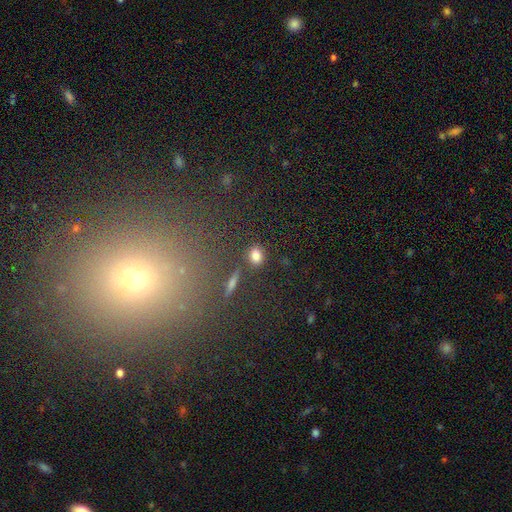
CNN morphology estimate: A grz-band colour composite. It shows a smooth galaxy with no disk features (81%) that is round (50%). Merging: none (82%).